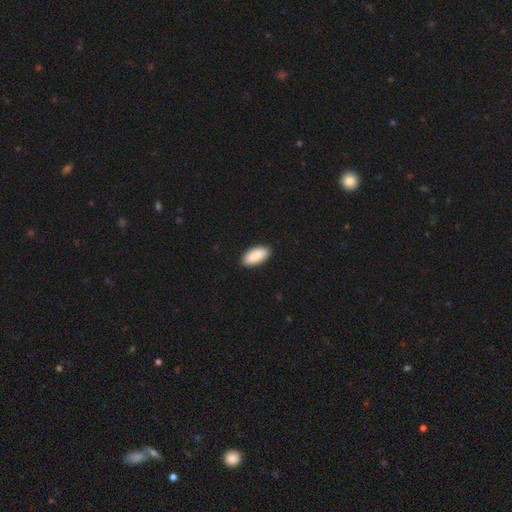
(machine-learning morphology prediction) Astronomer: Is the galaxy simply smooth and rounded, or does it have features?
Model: smooth — 90%.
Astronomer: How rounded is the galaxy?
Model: in between — 92%.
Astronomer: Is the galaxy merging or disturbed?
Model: none — 90%.